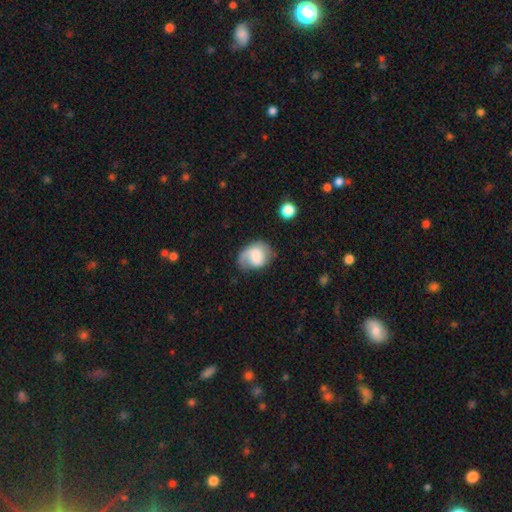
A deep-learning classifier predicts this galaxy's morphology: Q: Smooth or featured?
A: smooth (56%); runner-up: featured or disk (36%)
Q: How rounded?
A: in between (60%); runner-up: round (39%)
Q: Merging?
A: none (49%); runner-up: minor disturbance (31%)